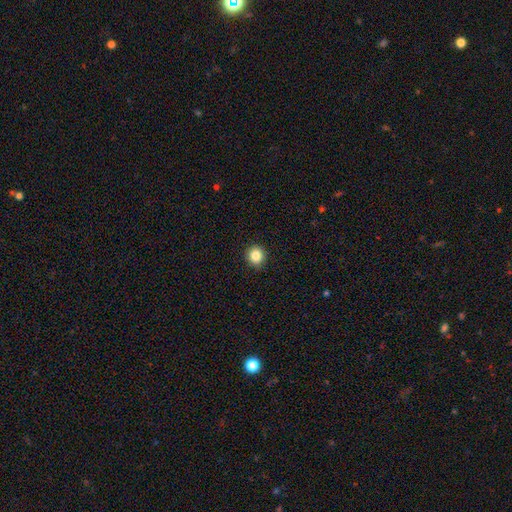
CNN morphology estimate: smooth_or_featured: smooth (p=0.85) [alt: star or artifact p=0.10]
how_rounded: round (p=0.90) [alt: in between p=0.09]
merging: none (p=0.92) [alt: minor disturbance p=0.06]